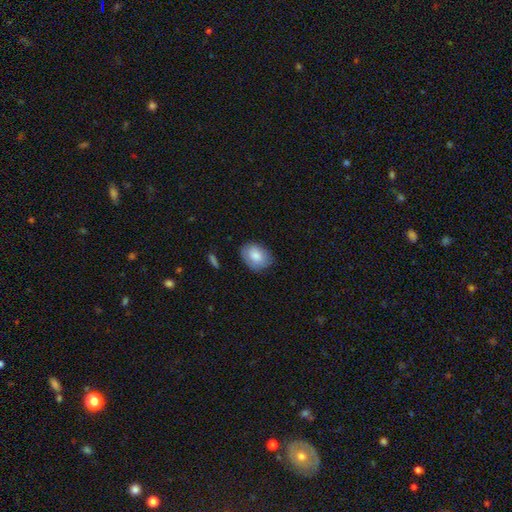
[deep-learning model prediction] The model was most divided on "how rounded": in between: 71%, round: 28%, cigar-shaped: 1%. More confident: smooth or featured — smooth (81%); merging — none (75%).